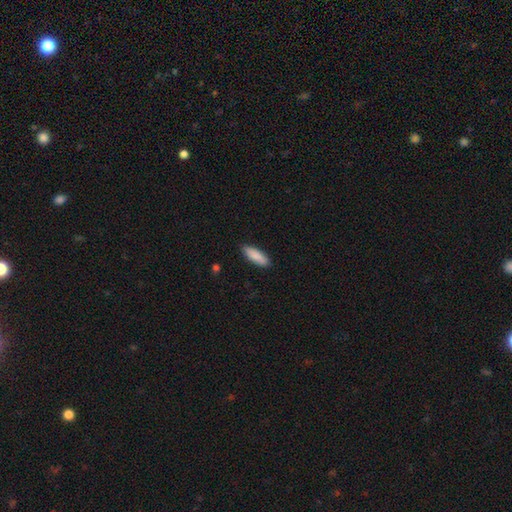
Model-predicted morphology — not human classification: Smooth or featured: smooth — 88% (featured or disk — 6%)
How rounded: in between — 58% (cigar-shaped — 40%)
Merging: none — 88% (minor disturbance — 10%)